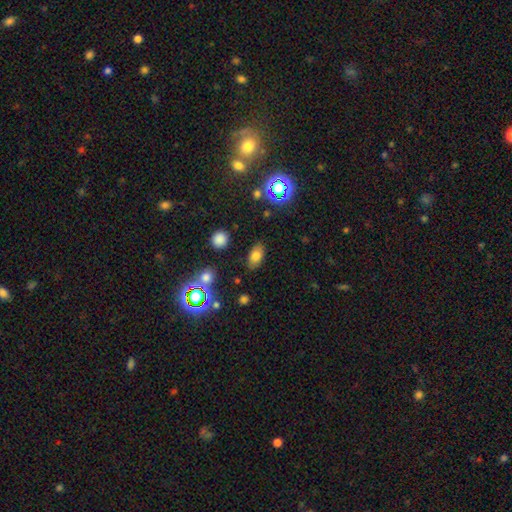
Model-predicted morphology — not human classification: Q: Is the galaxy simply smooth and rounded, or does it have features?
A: smooth — 72%.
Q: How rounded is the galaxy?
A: in between — 88%.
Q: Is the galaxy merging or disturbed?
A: none — 82%.